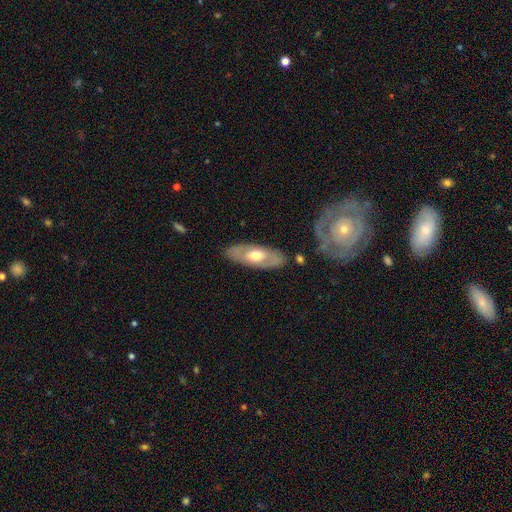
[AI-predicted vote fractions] Morphology: type=featured or disk (51%); edge-on=no (75%); merging=none (84%).